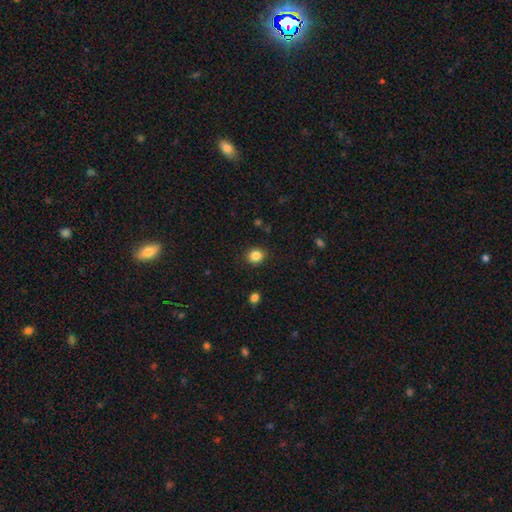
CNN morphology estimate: A smooth galaxy with no disk features (85%) that is round (80%). Merging: none (89%).